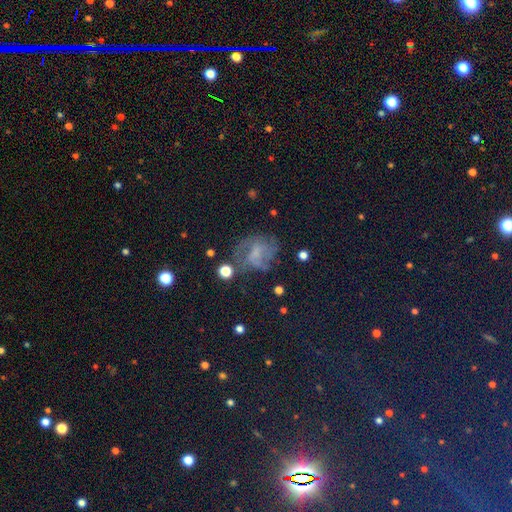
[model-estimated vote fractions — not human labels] Overall: featured or disk (45%; smooth 29%). Merging: none (50%; major disturbance 23%).